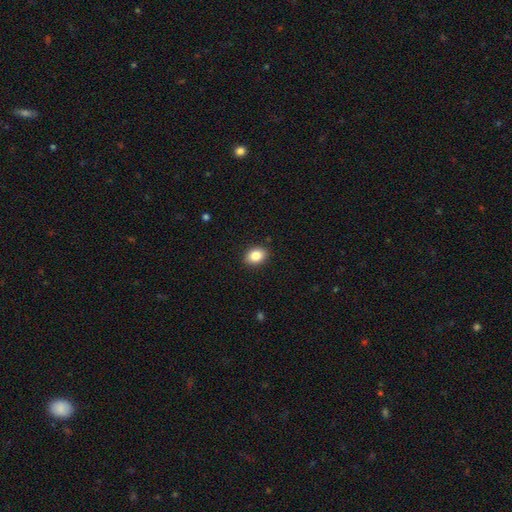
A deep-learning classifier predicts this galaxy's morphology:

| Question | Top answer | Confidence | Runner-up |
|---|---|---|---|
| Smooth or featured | smooth | 85% | star or artifact (8%) |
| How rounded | in between | 71% | round (28%) |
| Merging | none | 90% | minor disturbance (7%) |